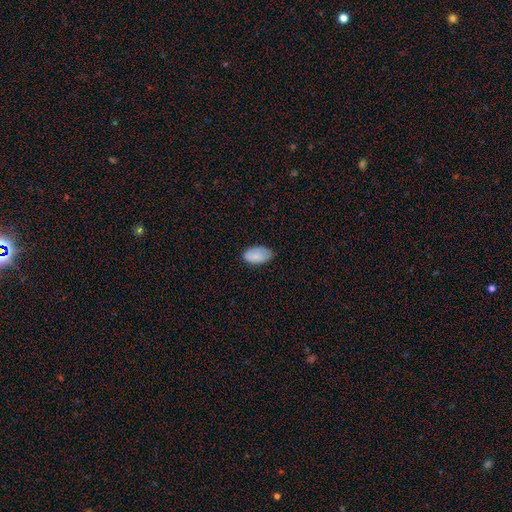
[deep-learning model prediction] This appears to be a smooth galaxy with no disk features (86%) that is in between round and cigar-shaped (94%). Merging: none (72%).